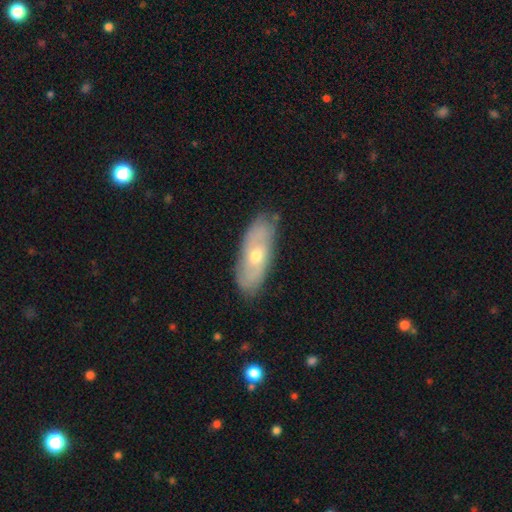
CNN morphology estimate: Smooth or featured?
  - featured or disk: 53% *
  - smooth: 41%
  - star or artifact: 7%
Edge-on disk?
  - no: 78% *
  - yes: 22%
Merging?
  - none: 80% *
  - minor disturbance: 16%
  - major disturbance: 3%
  - merger: 1%